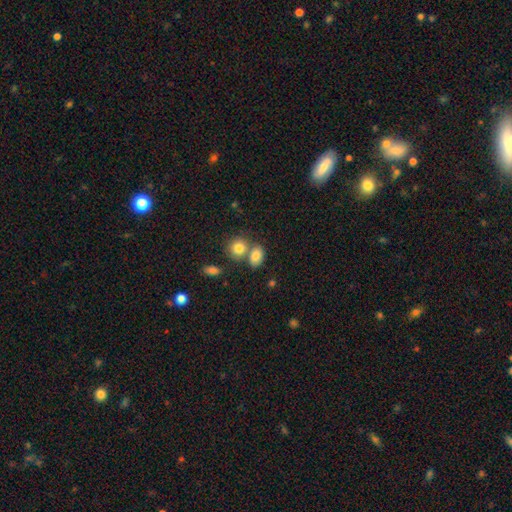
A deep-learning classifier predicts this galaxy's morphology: Smooth or featured? Predicted: smooth (p=0.82). How rounded? Predicted: in between (p=0.73). Merging? Predicted: none (p=0.49).